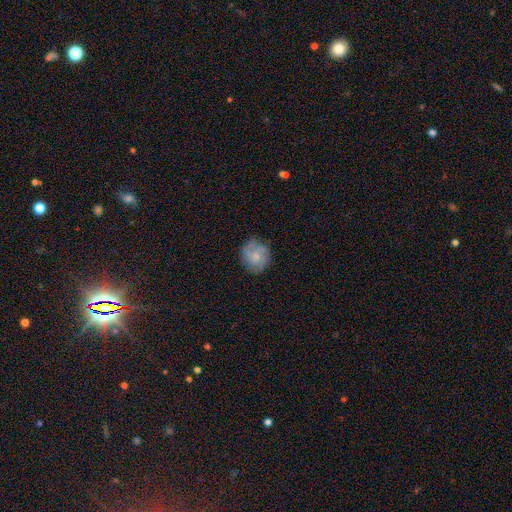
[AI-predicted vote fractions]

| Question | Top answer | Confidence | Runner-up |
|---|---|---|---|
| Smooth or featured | smooth | 47% | featured or disk (45%) |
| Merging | none | 75% | minor disturbance (18%) |